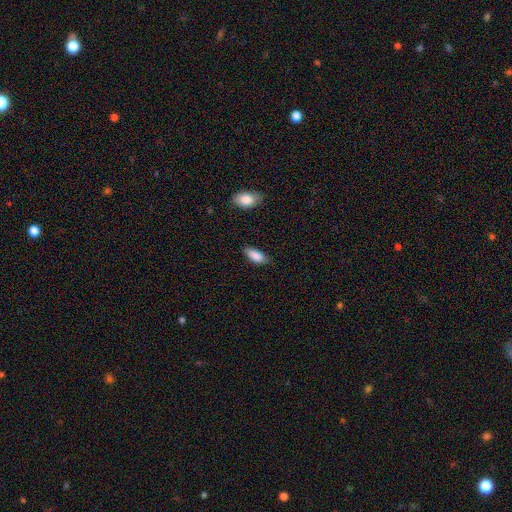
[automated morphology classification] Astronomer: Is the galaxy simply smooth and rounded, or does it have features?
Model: smooth — 87%.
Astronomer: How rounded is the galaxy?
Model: in between — 88%.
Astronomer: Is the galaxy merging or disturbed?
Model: none — 74%.